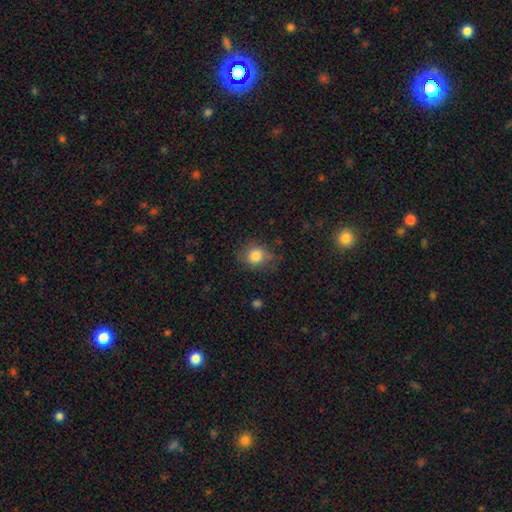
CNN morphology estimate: Smooth or featured: smooth — 83% (star or artifact — 10%)
How rounded: round — 68% (in between — 31%)
Merging: none — 69% (minor disturbance — 22%)